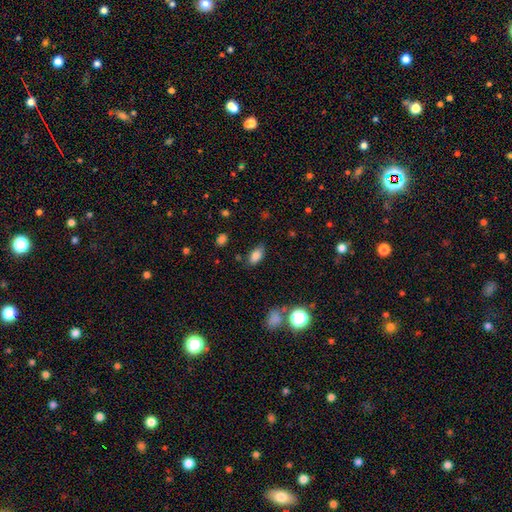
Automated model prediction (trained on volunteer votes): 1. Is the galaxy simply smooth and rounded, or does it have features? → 83% smooth, 10% star or artifact, 8% featured or disk.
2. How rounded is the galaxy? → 90% in between, 5% round, 5% cigar-shaped.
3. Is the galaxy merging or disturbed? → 78% none, 16% minor disturbance, 4% major disturbance, 3% merger.